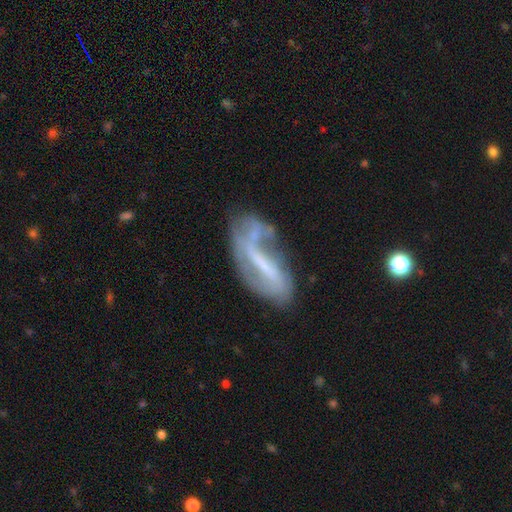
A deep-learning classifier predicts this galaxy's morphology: Q: Smooth or featured?
A: featured or disk (69%); runner-up: smooth (21%)
Q: Edge-on disk?
A: no (88%); runner-up: yes (12%)
Q: Bar?
A: strong (47%); runner-up: weak (31%)
Q: Spiral arms?
A: yes (67%); runner-up: no (33%)
Q: Bulge size?
A: none (43%); runner-up: small (33%)
Q: Merging?
A: none (43%); runner-up: minor disturbance (25%)